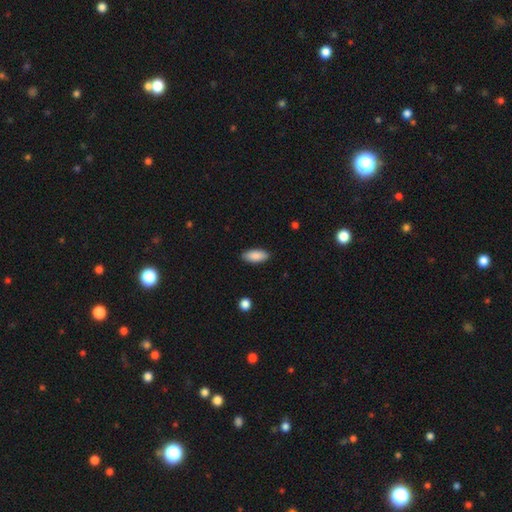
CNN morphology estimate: smooth-or-featured: smooth: 89% | star or artifact: 6% | featured or disk: 5%
  how-rounded: in between: 85% | cigar-shaped: 13% | round: 2%
  merging: none: 88% | minor disturbance: 9% | major disturbance: 2% | merger: 1%